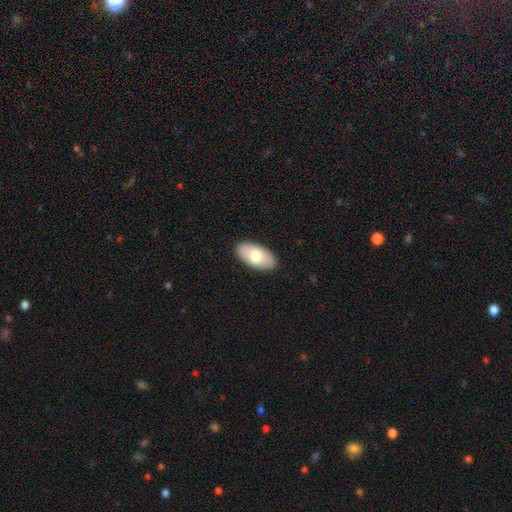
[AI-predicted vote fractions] Smooth or featured?
  - smooth: 70% *
  - featured or disk: 24%
  - star or artifact: 5%
How rounded?
  - in between: 95% *
  - round: 3%
  - cigar-shaped: 2%
Merging?
  - none: 89% *
  - minor disturbance: 8%
  - major disturbance: 2%
  - merger: 1%